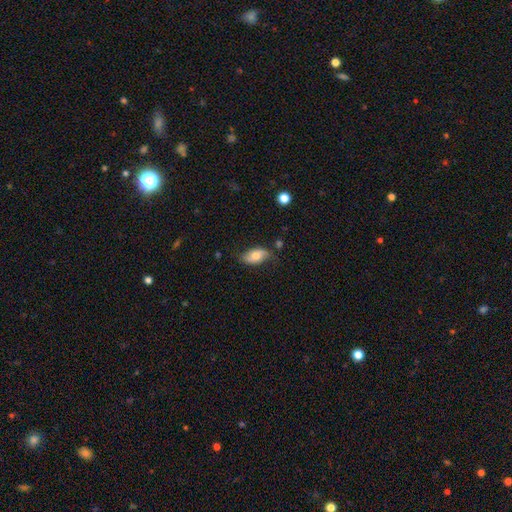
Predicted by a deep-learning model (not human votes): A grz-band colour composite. It shows a smooth galaxy with no disk features (67%) that is in between round and cigar-shaped (92%). Merging: none (67%).